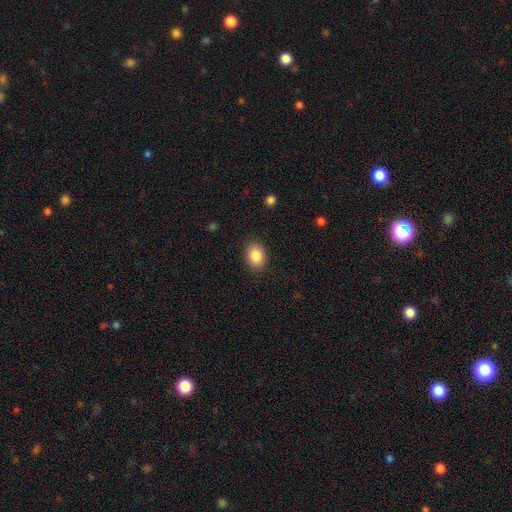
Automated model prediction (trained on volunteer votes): Smooth or featured? Predicted: smooth (p=0.87). How rounded? Predicted: in between (p=0.70). Merging? Predicted: none (p=0.88).